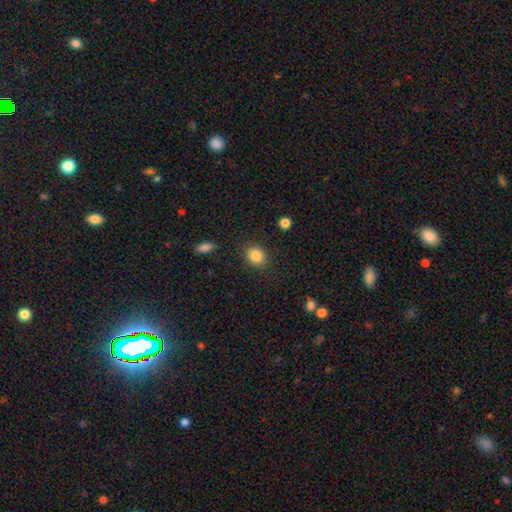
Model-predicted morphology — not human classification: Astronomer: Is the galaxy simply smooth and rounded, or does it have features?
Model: smooth — 85%.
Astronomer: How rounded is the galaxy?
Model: round — 61% (runner-up: in between, 38%).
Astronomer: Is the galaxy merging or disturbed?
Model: none — 86%.